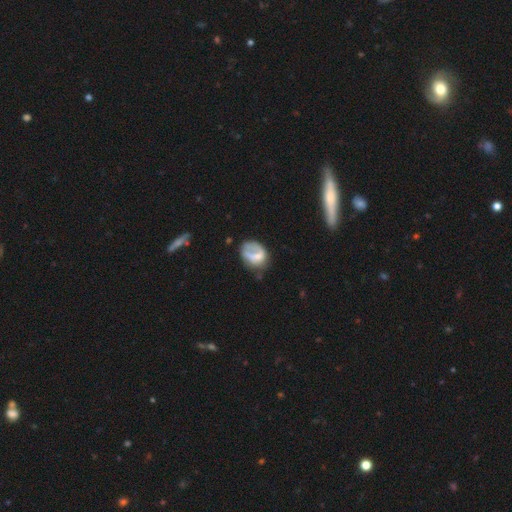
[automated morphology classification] A smooth galaxy with no disk features (52%) that is in between round and cigar-shaped (59%).

Vote fractions:
- Smooth or featured? smooth: 52% / featured or disk: 39% / star or artifact: 9%
- How rounded? in between: 59% / round: 40% / cigar-shaped: 1%
- Merging? none: 36% / major disturbance: 30% / minor disturbance: 29% / merger: 4%